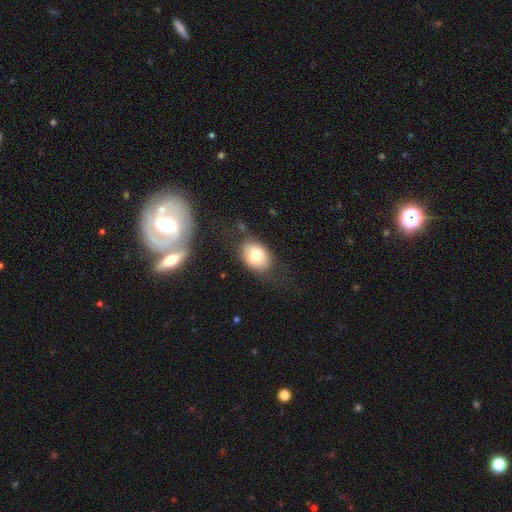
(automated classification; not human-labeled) A smooth galaxy with no disk features (75%) that is in between round and cigar-shaped (71%).

Vote fractions:
- Smooth or featured? smooth: 75% / featured or disk: 16% / star or artifact: 9%
- How rounded? in between: 71% / round: 28% / cigar-shaped: 1%
- Merging? none: 70% / minor disturbance: 17% / major disturbance: 9% / merger: 4%